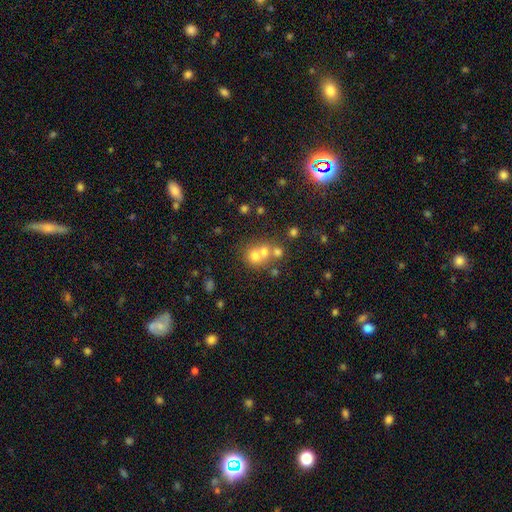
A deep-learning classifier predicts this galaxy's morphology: Q: Smooth or featured?
A: smooth (62%); runner-up: featured or disk (21%)
Q: How rounded?
A: round (80%); runner-up: in between (19%)
Q: Merging?
A: merger (53%); runner-up: none (36%)